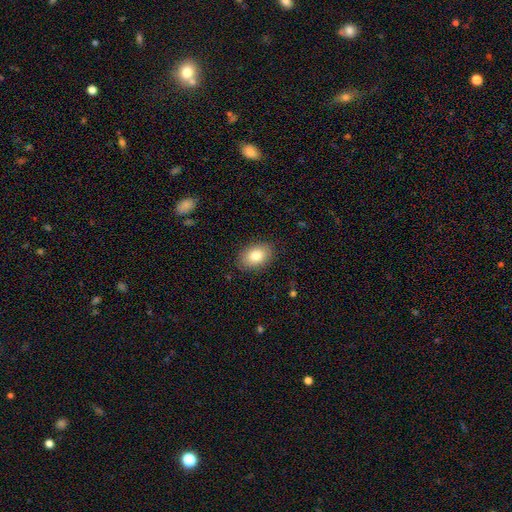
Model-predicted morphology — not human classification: Overall: smooth (82%). How rounded: in between (85%). Merging: none (87%).